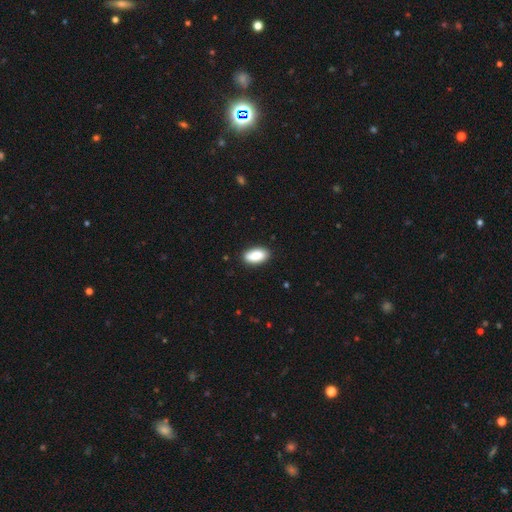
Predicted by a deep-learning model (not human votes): Morphology: type=smooth (89%); roundness=in between (93%); merging=none (86%).